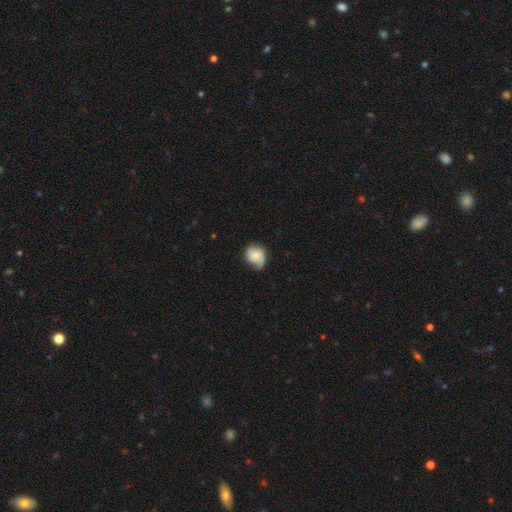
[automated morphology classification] This appears to be a smooth galaxy with no disk features (54%) that is round (60%). Merging: none (48%).